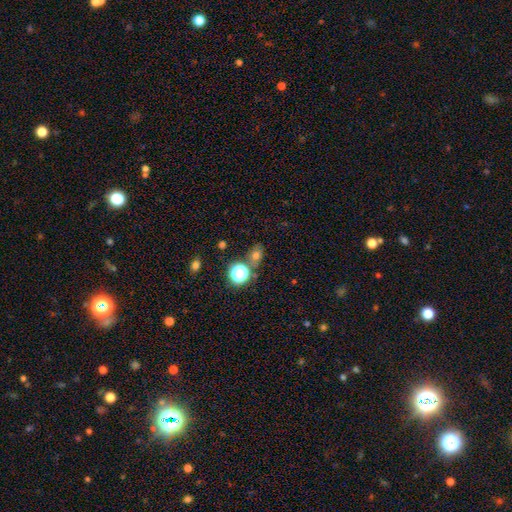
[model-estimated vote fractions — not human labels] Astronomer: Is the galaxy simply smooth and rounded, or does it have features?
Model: smooth — 66%.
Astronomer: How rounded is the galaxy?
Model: round — 49%, tied with in between at 49%.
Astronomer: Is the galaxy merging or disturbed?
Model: none — 74%.